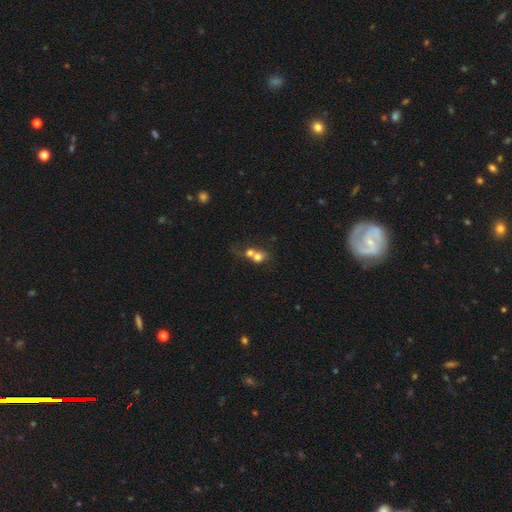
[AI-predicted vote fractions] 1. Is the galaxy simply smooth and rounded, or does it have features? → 66% smooth, 22% featured or disk, 12% star or artifact.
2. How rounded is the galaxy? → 71% round, 27% in between, 2% cigar-shaped.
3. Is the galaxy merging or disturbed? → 72% merger, 17% none, 6% major disturbance, 5% minor disturbance.